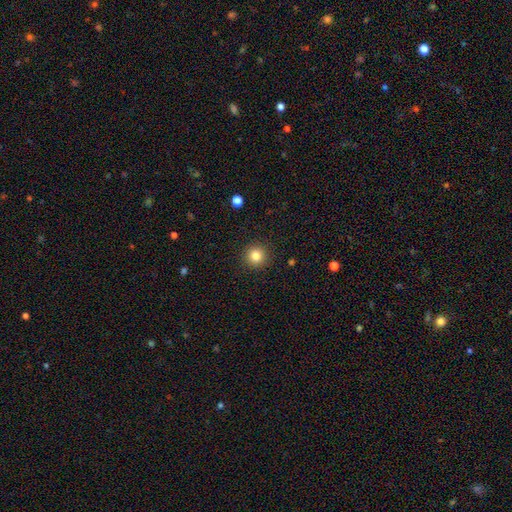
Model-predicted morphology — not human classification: A smooth galaxy with no disk features (84%) that is round (95%).

Vote fractions:
- Smooth or featured? smooth: 84% / star or artifact: 11% / featured or disk: 5%
- How rounded? round: 95% / in between: 4% / cigar-shaped: 1%
- Merging? none: 92% / minor disturbance: 5% / major disturbance: 2% / merger: 1%